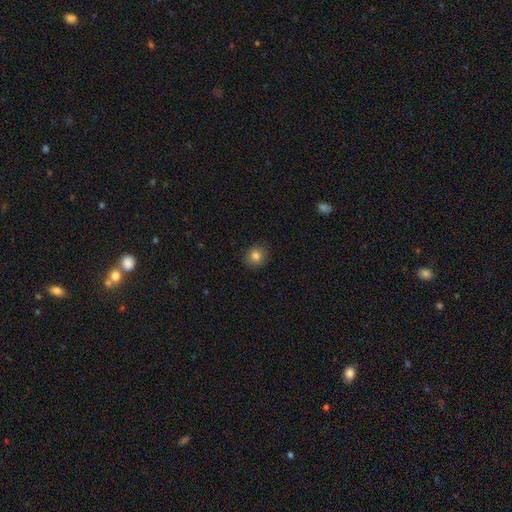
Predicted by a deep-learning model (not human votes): Smooth or featured? smooth (81%)
How rounded? round (81%)
Merging? none (89%)